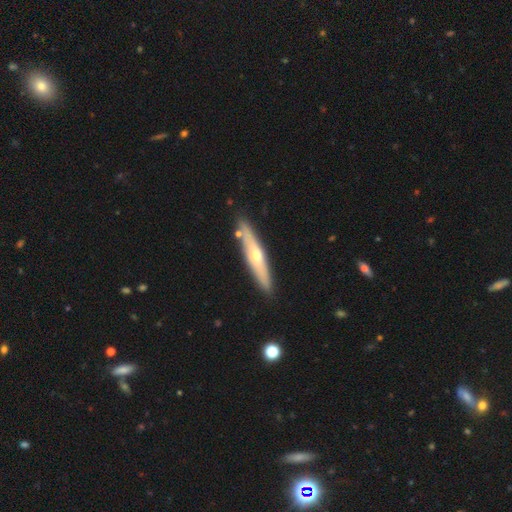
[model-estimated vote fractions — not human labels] Smooth or featured?
  - featured or disk: 53% *
  - smooth: 41%
  - star or artifact: 6%
Edge-on disk?
  - yes: 87% *
  - no: 13%
Merging?
  - none: 85% *
  - minor disturbance: 9%
  - merger: 3%
  - major disturbance: 2%